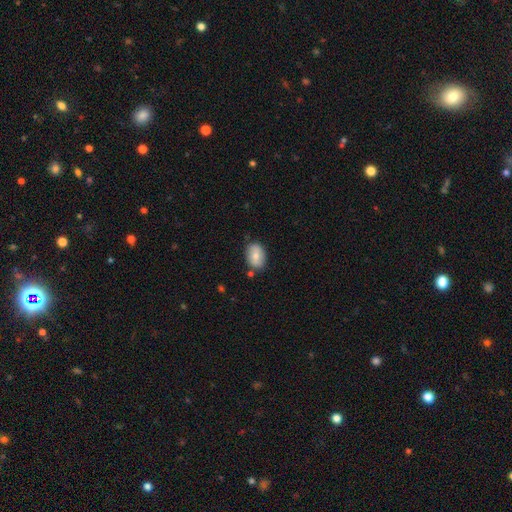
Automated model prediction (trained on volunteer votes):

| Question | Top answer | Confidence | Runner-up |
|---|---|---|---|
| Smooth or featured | smooth | 67% | featured or disk (26%) |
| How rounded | in between | 79% | round (19%) |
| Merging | none | 77% | minor disturbance (16%) |